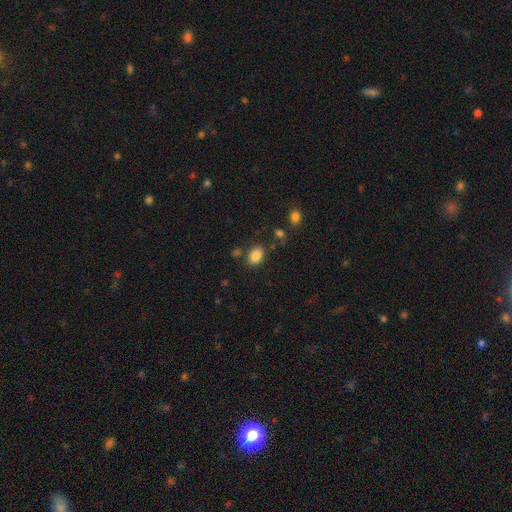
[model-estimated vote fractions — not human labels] This appears to be a smooth galaxy with no disk features (86%) that is in between round and cigar-shaped (76%). Merging: none (78%).